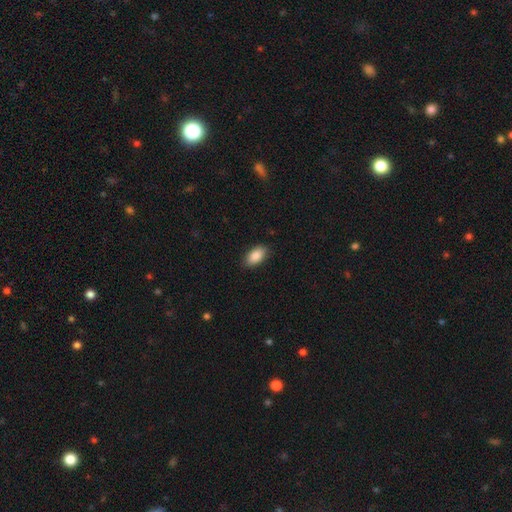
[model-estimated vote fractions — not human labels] A smooth galaxy with no disk features (88%) that is in between round and cigar-shaped (93%). Merging: none (87%).